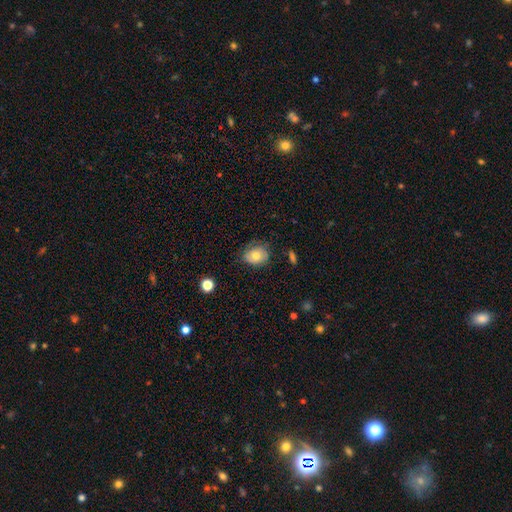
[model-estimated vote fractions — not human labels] smooth-or-featured: smooth: 63% | featured or disk: 28% | star or artifact: 9%
  how-rounded: round: 50% | in between: 49% | cigar-shaped: 1%
  merging: none: 65% | minor disturbance: 26% | major disturbance: 8% | merger: 2%